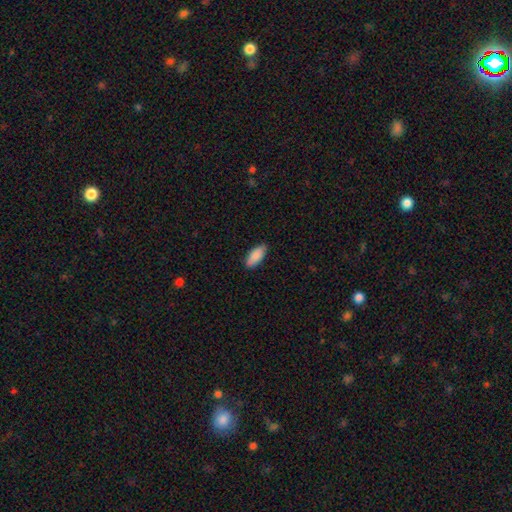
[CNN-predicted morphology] smooth 88%, featured or disk 6%, star or artifact 6%. Down the decision tree: how rounded — in between (84%); merging — none (85%).